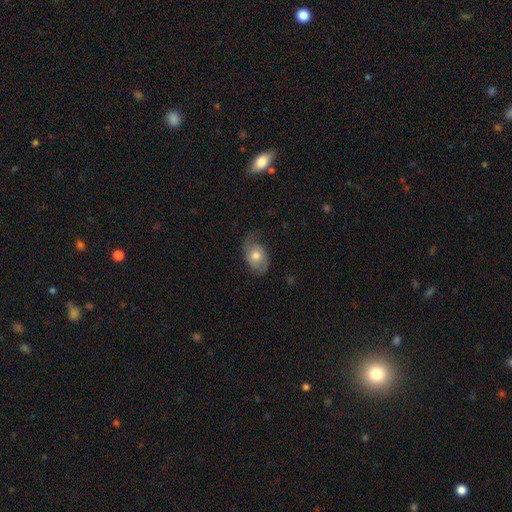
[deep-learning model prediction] This is possibly a smooth galaxy (48%). Merging: likely none (61%).